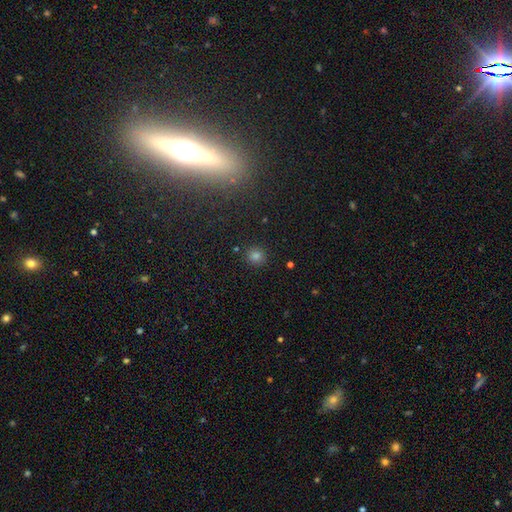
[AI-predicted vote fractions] This is likely a smooth galaxy (74%). How rounded: clearly round (92%). Merging: clearly none (90%).